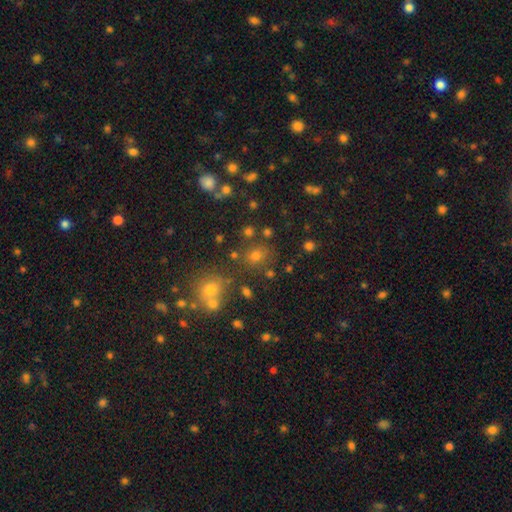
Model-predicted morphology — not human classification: This appears to be a smooth galaxy with no disk features (66%) that is round (75%). Merging: none (75%).